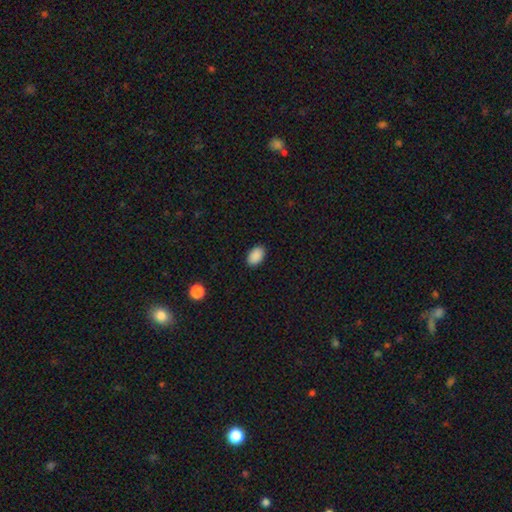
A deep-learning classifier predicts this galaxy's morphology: Smooth or featured?
  - smooth: 90% *
  - star or artifact: 8%
  - featured or disk: 2%
How rounded?
  - in between: 90% *
  - round: 9%
  - cigar-shaped: 1%
Merging?
  - none: 90% *
  - minor disturbance: 8%
  - major disturbance: 2%
  - merger: 1%